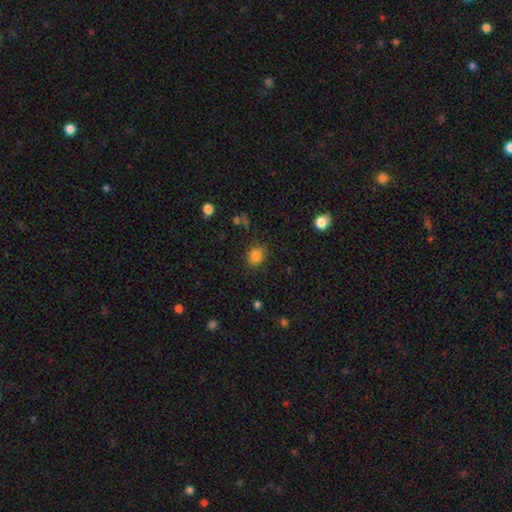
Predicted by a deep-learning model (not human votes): Smooth or featured: smooth — 83% (star or artifact — 11%)
How rounded: round — 50% (in between — 49%)
Merging: none — 81% (minor disturbance — 13%)